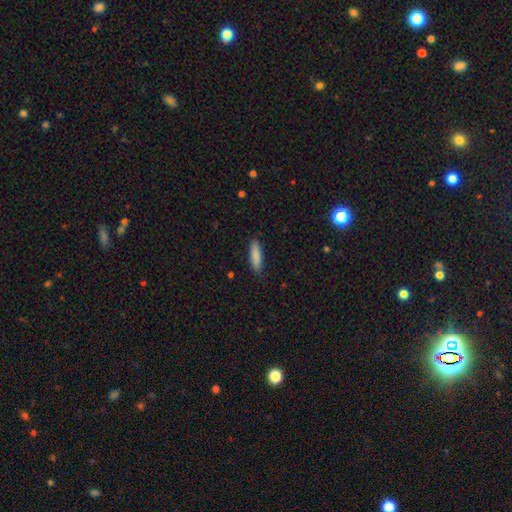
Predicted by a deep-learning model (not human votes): Smooth or featured?
  - smooth: 87% *
  - featured or disk: 7%
  - star or artifact: 6%
How rounded?
  - cigar-shaped: 70% *
  - in between: 28%
  - round: 1%
Merging?
  - none: 88% *
  - minor disturbance: 9%
  - major disturbance: 2%
  - merger: 1%